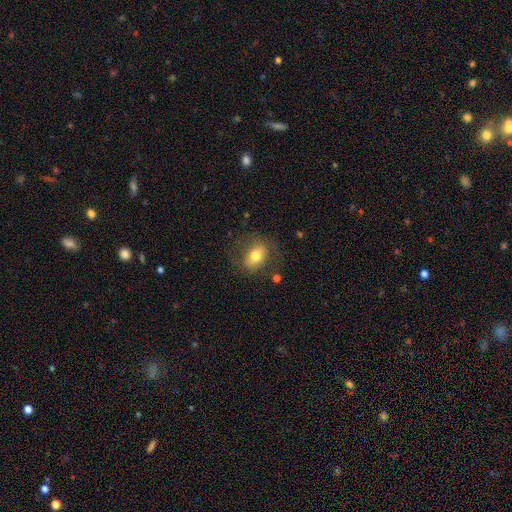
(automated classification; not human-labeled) Smooth or featured: smooth — 69% (featured or disk — 22%)
How rounded: in between — 69% (round — 29%)
Merging: none — 72% (minor disturbance — 17%)